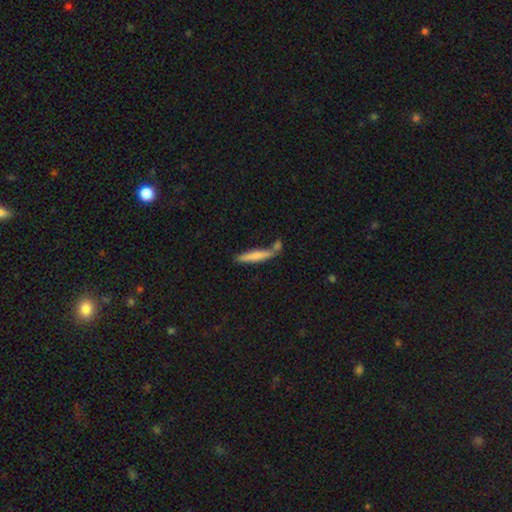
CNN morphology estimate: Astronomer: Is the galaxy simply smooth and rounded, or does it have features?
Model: smooth — 72%.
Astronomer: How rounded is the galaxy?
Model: cigar-shaped — 90%.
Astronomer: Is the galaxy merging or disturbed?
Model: none — 55%.